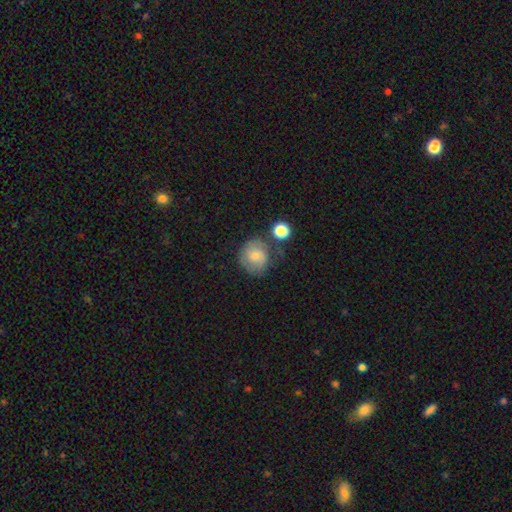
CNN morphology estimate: The model was most divided on "smooth or featured": smooth: 55%, featured or disk: 36%, star or artifact: 9%. More confident: how rounded — round (82%); merging — none (60%).